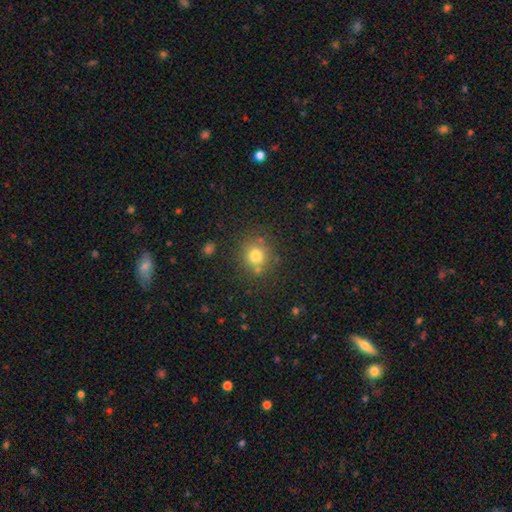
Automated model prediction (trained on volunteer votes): smooth_or_featured: smooth (p=0.77) [alt: star or artifact p=0.14]
how_rounded: round (p=0.89) [alt: in between p=0.10]
merging: none (p=0.77) [alt: minor disturbance p=0.11]